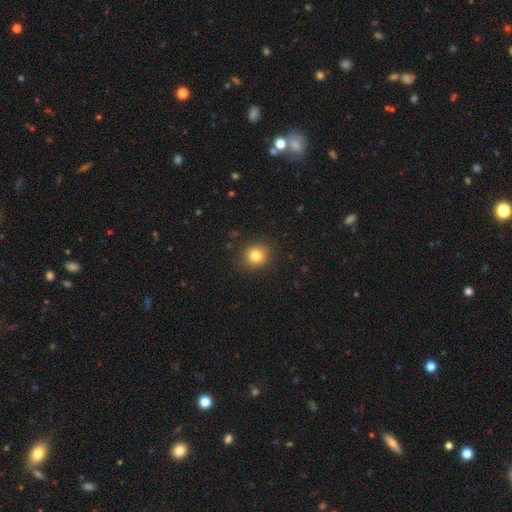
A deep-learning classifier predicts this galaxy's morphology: type=smooth (81%); roundness=round (88%); merging=none (89%).